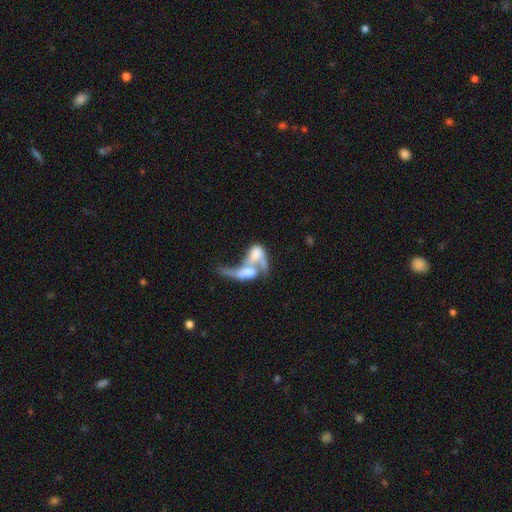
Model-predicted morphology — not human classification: smooth-or-featured: featured or disk: 49% | smooth: 41% | star or artifact: 9%
  merging: merger: 75% | major disturbance: 14% | none: 7% | minor disturbance: 4%